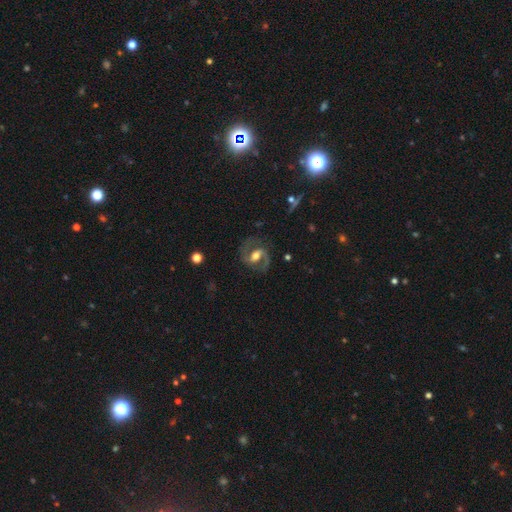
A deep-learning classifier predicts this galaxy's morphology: A featured or disk galaxy (85%) with a weak bar (45%), 2 (92%) medium (59%) spiral arms (95%) and a moderate central bulge (65%). Merging: none (77%).